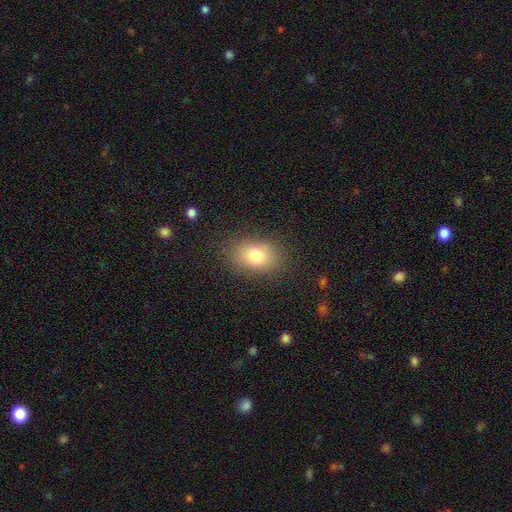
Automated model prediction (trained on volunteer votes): A smooth galaxy with no disk features (79%) that is in between round and cigar-shaped (81%).

Vote fractions:
- Smooth or featured? smooth: 79% / featured or disk: 11% / star or artifact: 10%
- How rounded? in between: 81% / round: 17% / cigar-shaped: 2%
- Merging? none: 83% / minor disturbance: 12% / major disturbance: 4% / merger: 1%